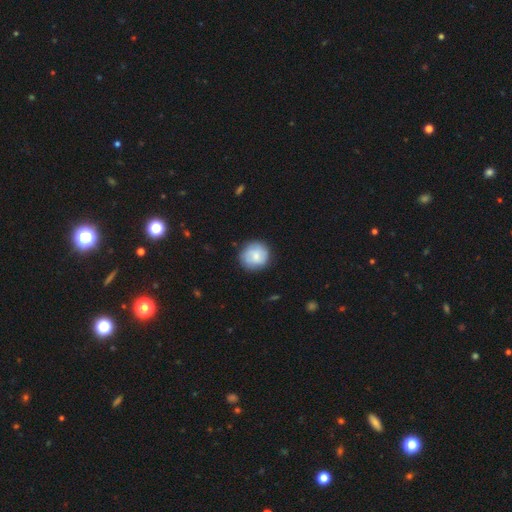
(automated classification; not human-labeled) Smooth or featured?
  - smooth: 70% *
  - featured or disk: 23%
  - star or artifact: 7%
How rounded?
  - round: 90% *
  - in between: 9%
  - cigar-shaped: 1%
Merging?
  - none: 82% *
  - minor disturbance: 13%
  - major disturbance: 3%
  - merger: 1%